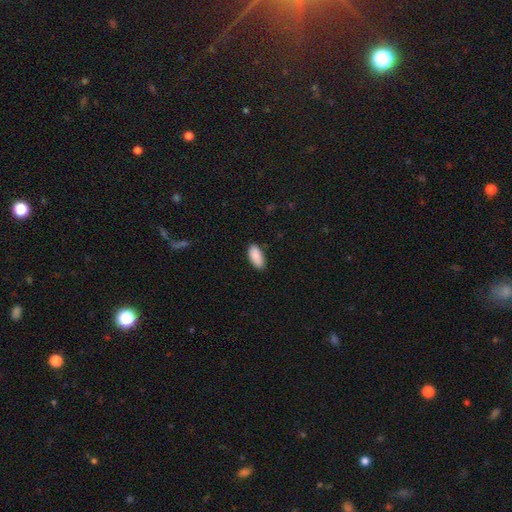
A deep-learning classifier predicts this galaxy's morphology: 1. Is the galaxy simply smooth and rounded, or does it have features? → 90% smooth, 6% star or artifact, 4% featured or disk.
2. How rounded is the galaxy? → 90% in between, 8% cigar-shaped, 2% round.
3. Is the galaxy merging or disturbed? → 84% none, 13% minor disturbance, 2% major disturbance, 1% merger.